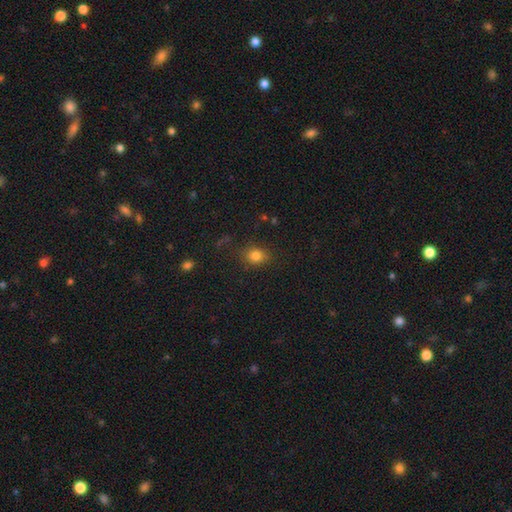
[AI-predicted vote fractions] smooth 80%, star or artifact 13%, featured or disk 6%. Down the decision tree: how rounded — round (55%); merging — none (80%).